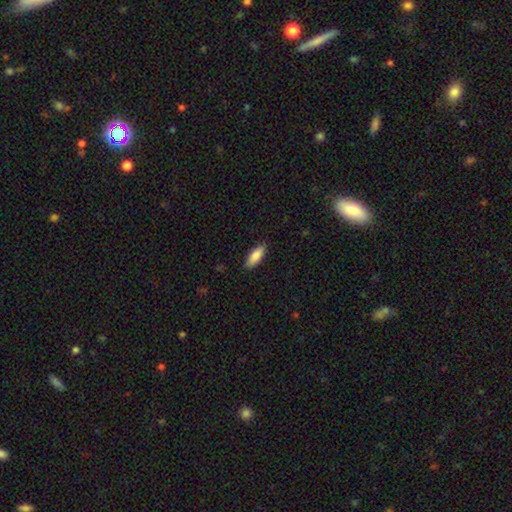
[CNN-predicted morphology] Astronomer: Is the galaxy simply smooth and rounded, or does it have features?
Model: smooth — 87%.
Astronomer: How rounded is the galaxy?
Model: in between — 74%.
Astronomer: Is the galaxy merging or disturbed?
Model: none — 87%.